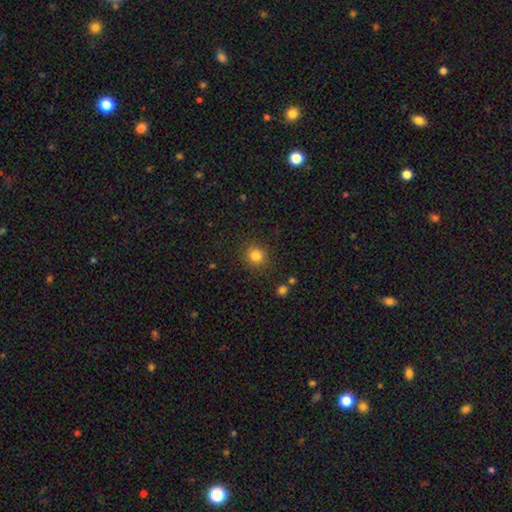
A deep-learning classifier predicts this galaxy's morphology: smooth 83%, star or artifact 12%, featured or disk 5%. Down the decision tree: how rounded — round (90%); merging — none (88%).